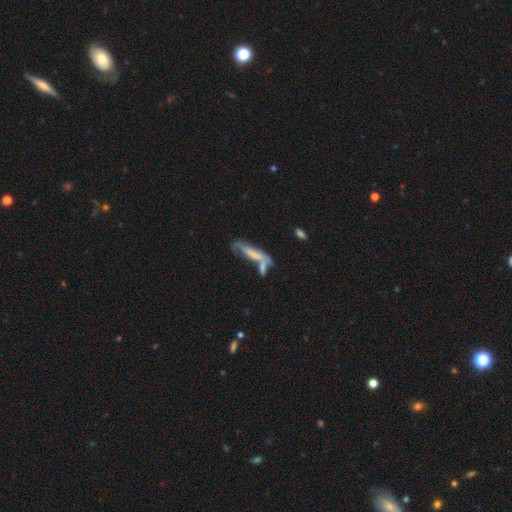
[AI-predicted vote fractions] This appears to be a smooth galaxy with no disk features (48%). Merging: merger (35%).